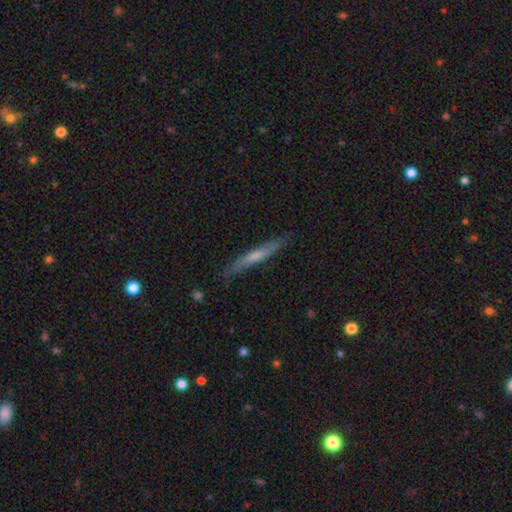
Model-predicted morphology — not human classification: Smooth or featured: smooth — 50% (featured or disk — 44%)
How rounded: cigar-shaped — 95% (in between — 3%)
Merging: none — 87% (minor disturbance — 10%)